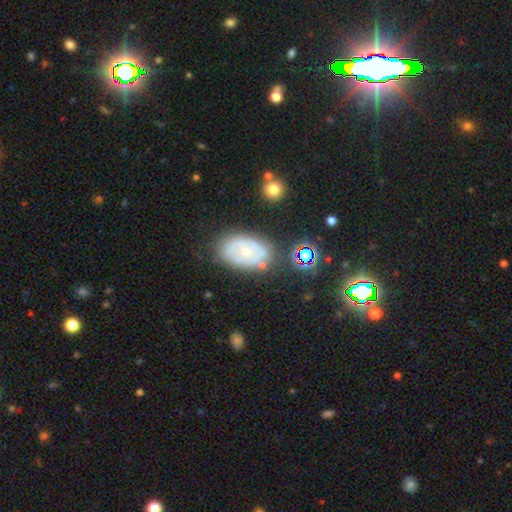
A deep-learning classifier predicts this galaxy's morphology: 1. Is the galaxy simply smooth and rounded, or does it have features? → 57% featured or disk, 33% smooth, 10% star or artifact.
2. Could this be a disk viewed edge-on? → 95% no, 5% yes.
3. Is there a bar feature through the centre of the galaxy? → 82% no, 15% weak, 3% strong.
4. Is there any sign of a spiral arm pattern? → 50% yes (tied), 50% no (tied).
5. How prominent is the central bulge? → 60% small, 32% moderate, 4% none, 3% large, 1% dominant.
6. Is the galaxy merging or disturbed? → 62% none, 23% minor disturbance, 9% major disturbance, 6% merger.